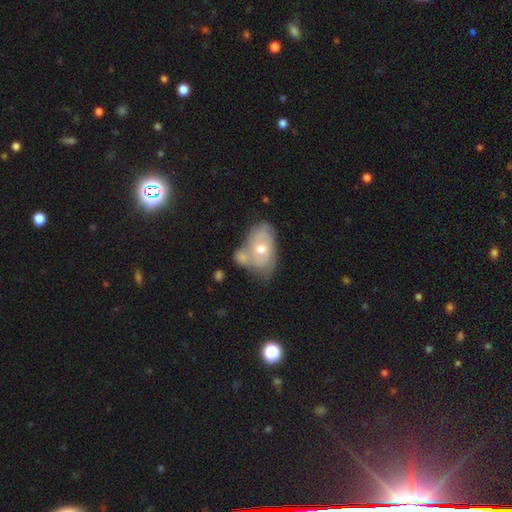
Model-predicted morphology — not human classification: smooth_or_featured: featured or disk (p=0.60) [alt: smooth p=0.29]
disk_edge_on: no (p=0.94) [alt: yes p=0.06]
bar: no (p=0.78) [alt: weak p=0.18]
has_spiral_arms: yes (p=0.67) [alt: no p=0.33]
bulge_size: moderate (p=0.66) [alt: small p=0.29]
merging: merger (p=0.35) [tied with: none p=0.35]